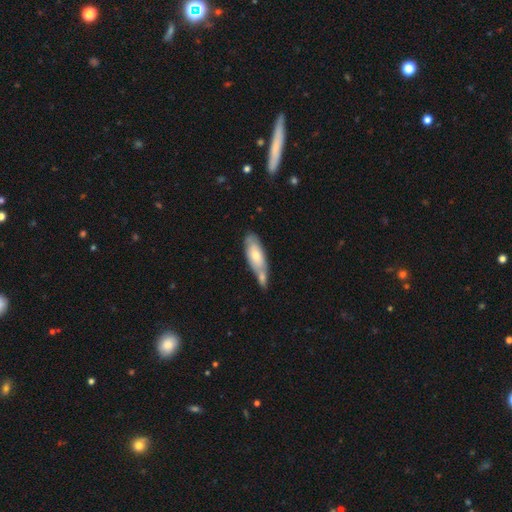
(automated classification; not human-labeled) Smooth or featured? Predicted: smooth (p=0.62). How rounded? Predicted: in between (p=0.68). Merging? Predicted: merger (p=0.44).